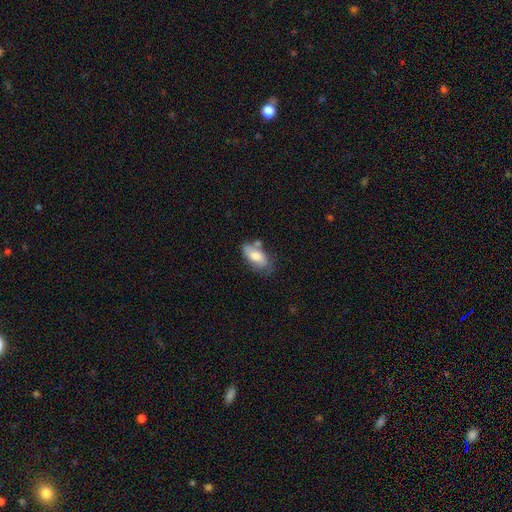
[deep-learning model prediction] This is likely a smooth galaxy (69%). How rounded: clearly in between (89%). Merging: possibly none (48%).